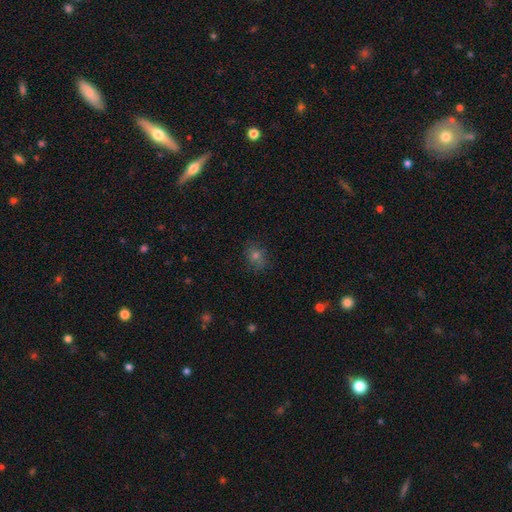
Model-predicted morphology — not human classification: Overall: smooth (56%; star or artifact 26%). How rounded: round (66%; in between 32%). Merging: none (79%).